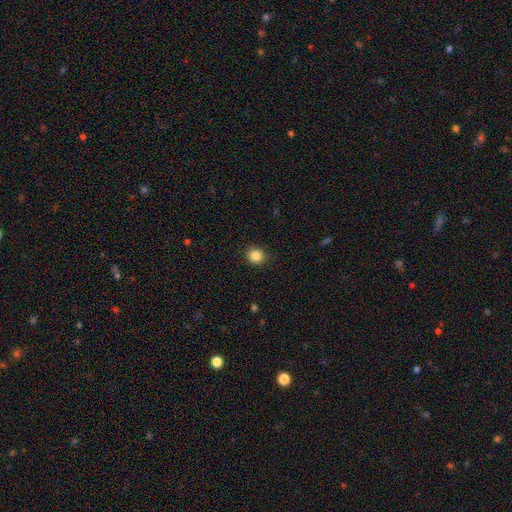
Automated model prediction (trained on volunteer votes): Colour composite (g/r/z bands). It shows a smooth galaxy with no disk features (86%) that is round (86%). Merging: none (89%).